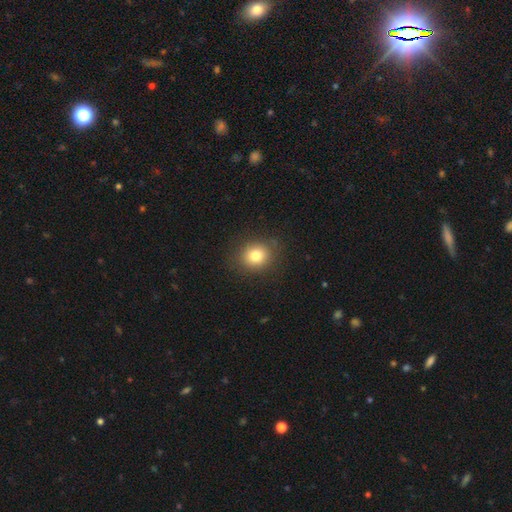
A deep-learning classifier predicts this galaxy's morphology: The model was most divided on "how rounded": round: 73%, in between: 27%, cigar-shaped: 1%. More confident: merging — none (86%); smooth or featured — smooth (79%).